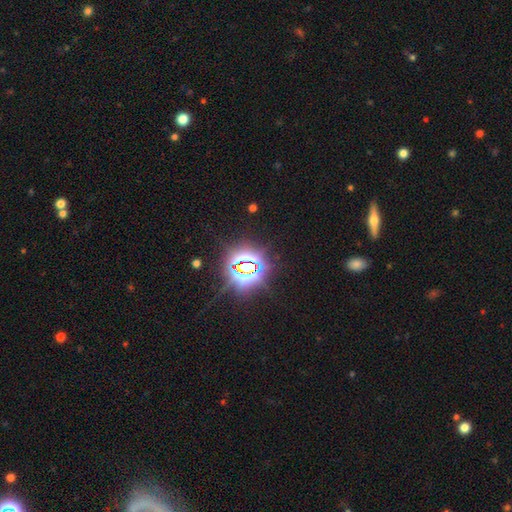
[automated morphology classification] type=star or artifact (80%).